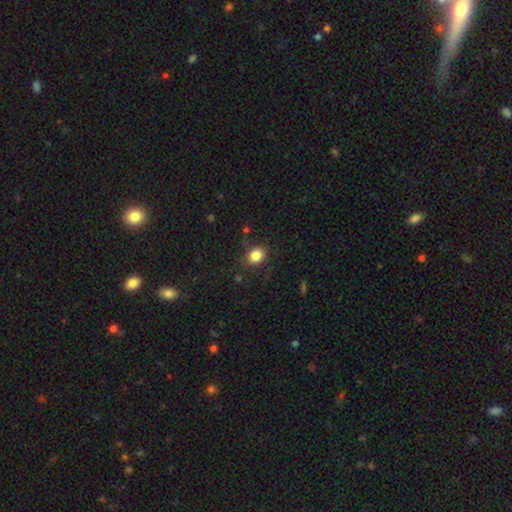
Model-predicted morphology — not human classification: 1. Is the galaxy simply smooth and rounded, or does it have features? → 84% smooth, 11% star or artifact, 6% featured or disk.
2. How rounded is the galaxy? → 55% round, 44% in between, 1% cigar-shaped.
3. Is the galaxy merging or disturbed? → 81% none, 13% minor disturbance, 4% major disturbance, 2% merger.